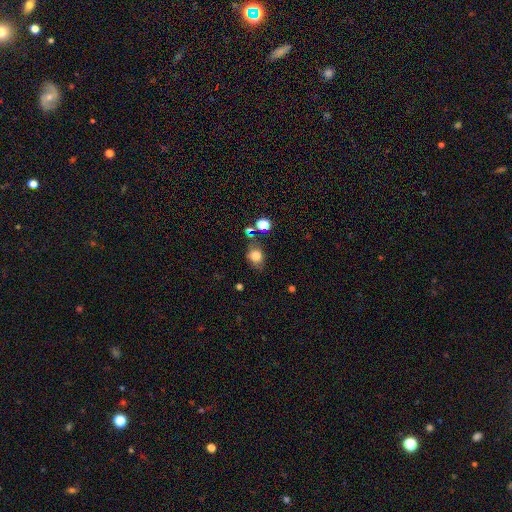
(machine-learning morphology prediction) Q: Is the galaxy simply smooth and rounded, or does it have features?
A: smooth — 76%.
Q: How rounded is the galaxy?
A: in between — 54%.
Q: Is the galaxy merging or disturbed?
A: none — 61%.